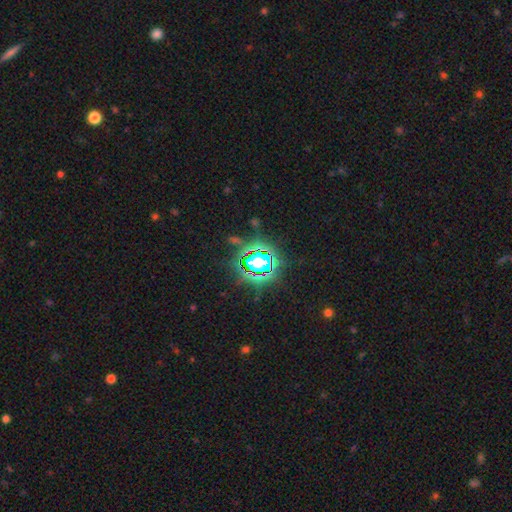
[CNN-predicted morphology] Smooth or featured: star or artifact — 83% (smooth — 10%)